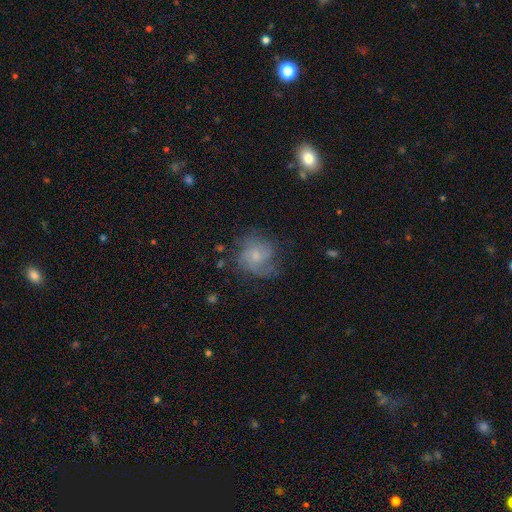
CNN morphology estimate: Smooth or featured?
  - featured or disk: 57% *
  - smooth: 34%
  - star or artifact: 8%
Edge-on disk?
  - no: 98% *
  - yes: 2%
Bar?
  - no: 70% *
  - weak: 27%
  - strong: 3%
Spiral arms?
  - yes: 84% *
  - no: 16%
Bulge size?
  - small: 55% *
  - moderate: 33%
  - none: 9%
  - large: 2%
  - dominant: 1%
Merging?
  - none: 58% *
  - minor disturbance: 24%
  - major disturbance: 16%
  - merger: 2%